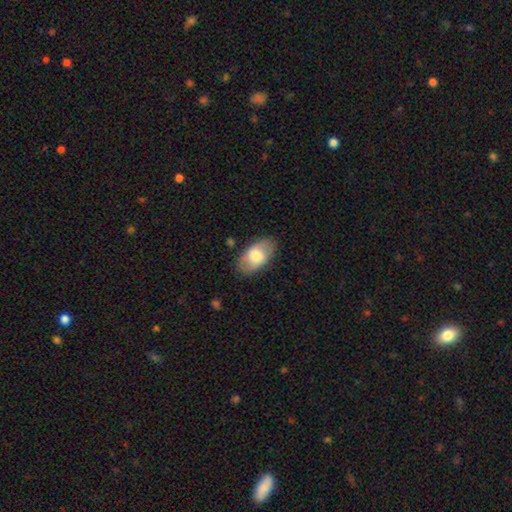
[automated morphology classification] Smooth or featured? Predicted: smooth (p=0.68). How rounded? Predicted: in between (p=0.93). Merging? Predicted: none (p=0.82).